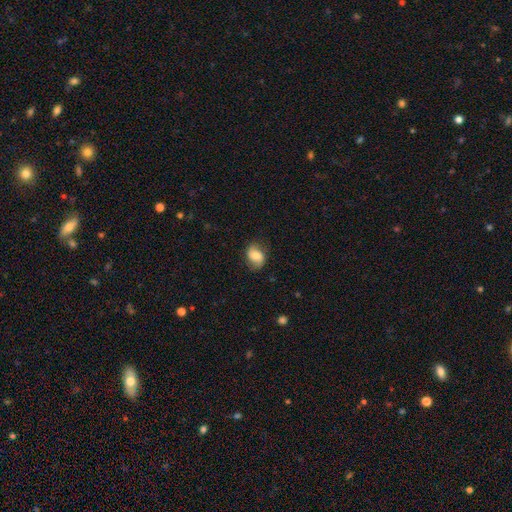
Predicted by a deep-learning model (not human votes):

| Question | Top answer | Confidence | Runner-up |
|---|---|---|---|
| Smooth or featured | smooth | 57% | featured or disk (35%) |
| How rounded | in between | 66% | round (32%) |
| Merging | none | 74% | minor disturbance (19%) |